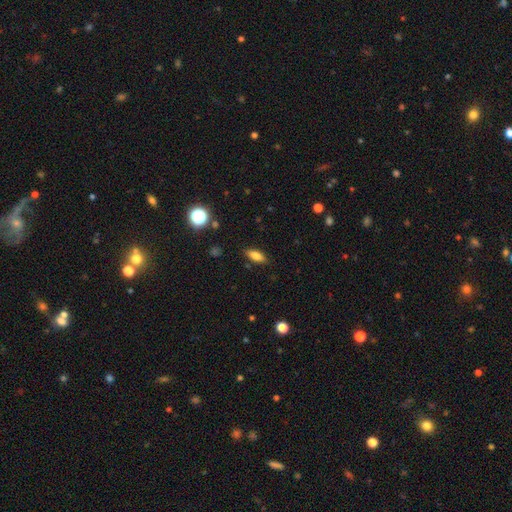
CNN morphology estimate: Smooth or featured: smooth — 79% (featured or disk — 11%)
How rounded: in between — 76% (cigar-shaped — 20%)
Merging: none — 87% (minor disturbance — 9%)